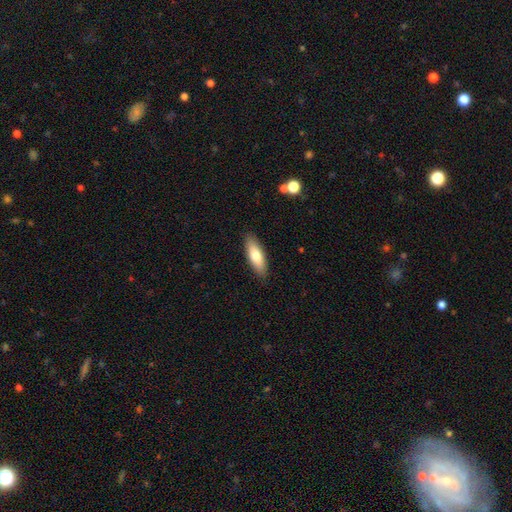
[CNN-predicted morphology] This is likely a smooth galaxy (72%). How rounded: possibly in between (60%). Merging: clearly none (89%).